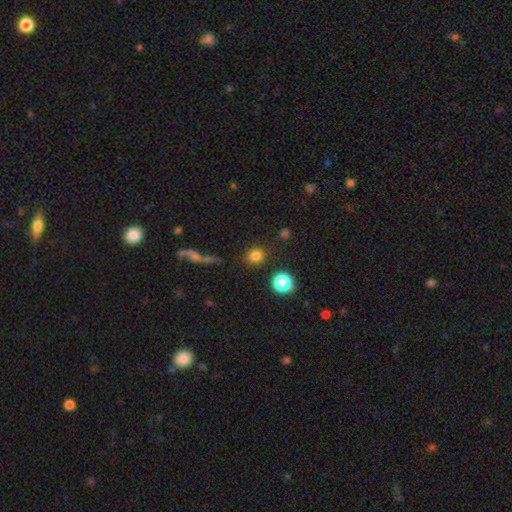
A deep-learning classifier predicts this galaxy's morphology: This appears to be a smooth galaxy with no disk features (80%) that is round (85%). Merging: none (86%).